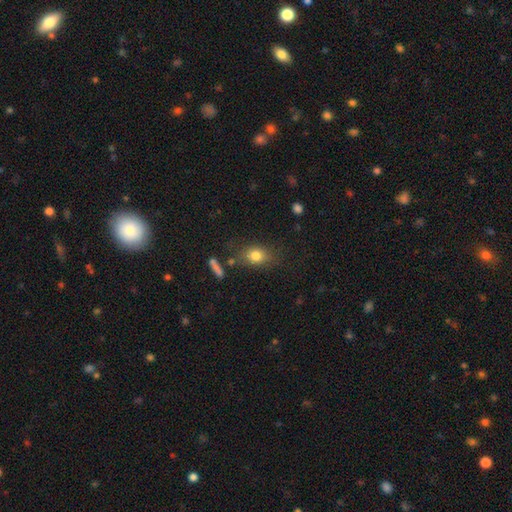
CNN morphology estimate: smooth-or-featured: smooth: 80% | featured or disk: 10% | star or artifact: 10%
  how-rounded: in between: 62% | round: 35% | cigar-shaped: 3%
  merging: none: 73% | minor disturbance: 16% | major disturbance: 6% | merger: 5%